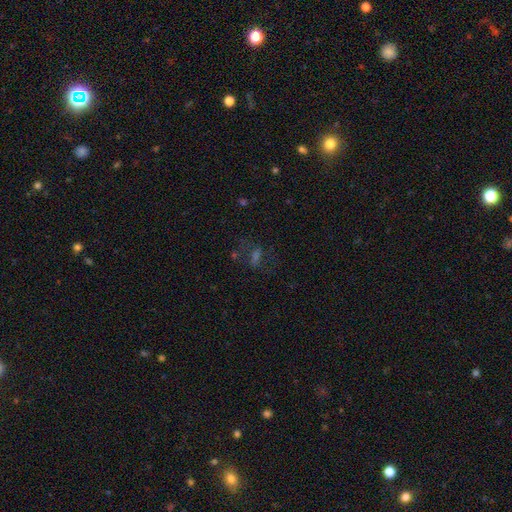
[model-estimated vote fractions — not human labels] Morphology: type=star or artifact (37%).